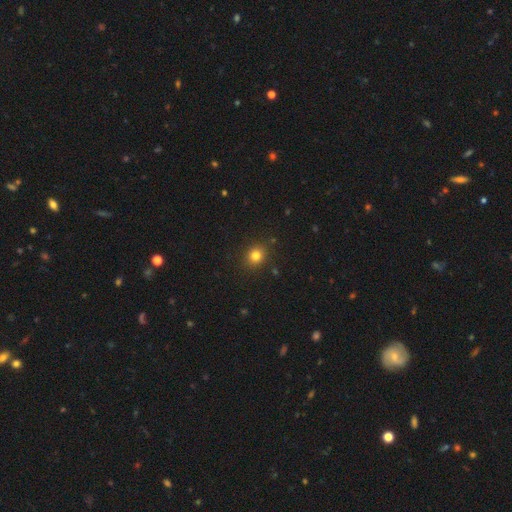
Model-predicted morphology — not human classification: smooth_or_featured: smooth (p=0.81) [alt: star or artifact p=0.13]
how_rounded: round (p=0.77) [alt: in between p=0.22]
merging: none (p=0.89) [alt: minor disturbance p=0.07]